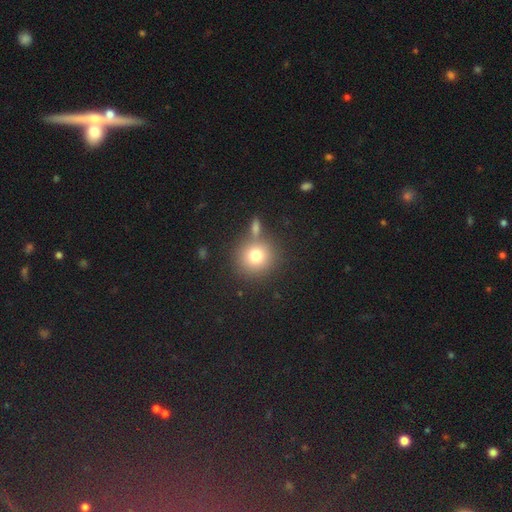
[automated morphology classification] Smooth or featured? smooth (76%)
How rounded? round (90%)
Merging? none (72%)